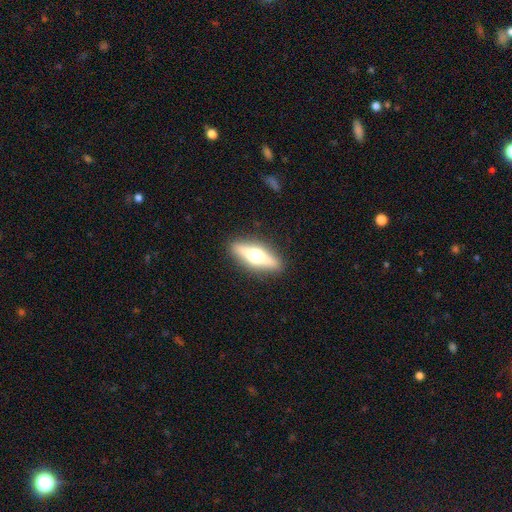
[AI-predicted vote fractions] Smooth or featured: featured or disk — 61% (smooth — 32%)
Edge-on disk: yes — 91% (no — 9%)
Edge-on bulge: rounded — 96% (boxy — 2%)
Merging: none — 89% (minor disturbance — 7%)